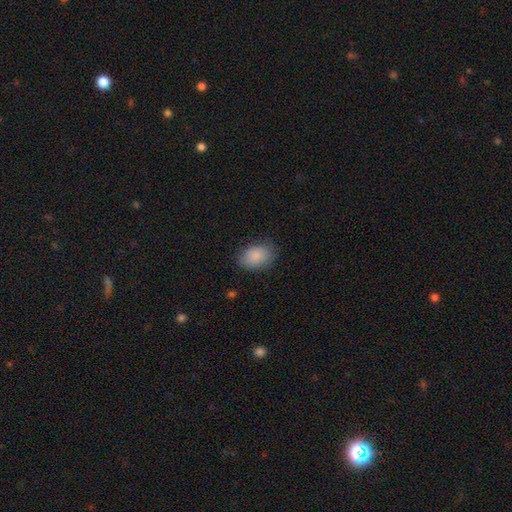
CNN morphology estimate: type=smooth (88%); roundness=in between (82%); merging=none (80%).